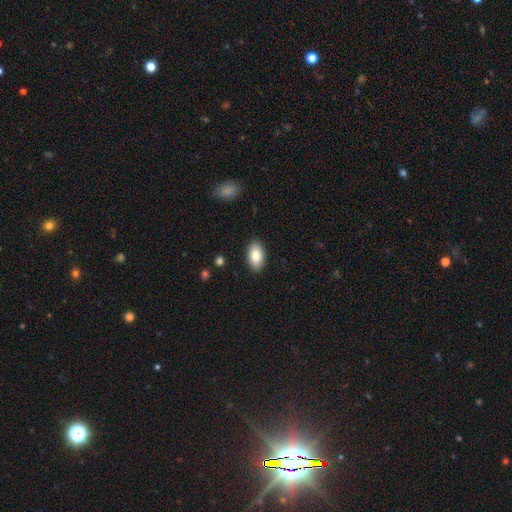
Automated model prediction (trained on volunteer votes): Smooth or featured? smooth (83%)
How rounded? in between (93%)
Merging? none (89%)